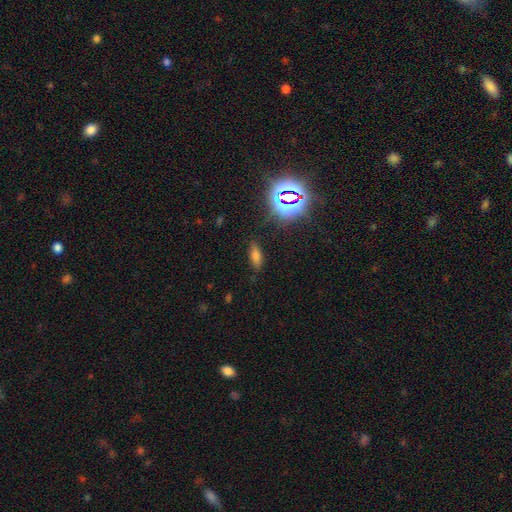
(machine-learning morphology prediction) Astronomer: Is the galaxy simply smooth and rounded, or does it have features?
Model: smooth — 63%.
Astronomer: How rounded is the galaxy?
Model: in between — 66%.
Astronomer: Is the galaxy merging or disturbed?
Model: none — 83%.